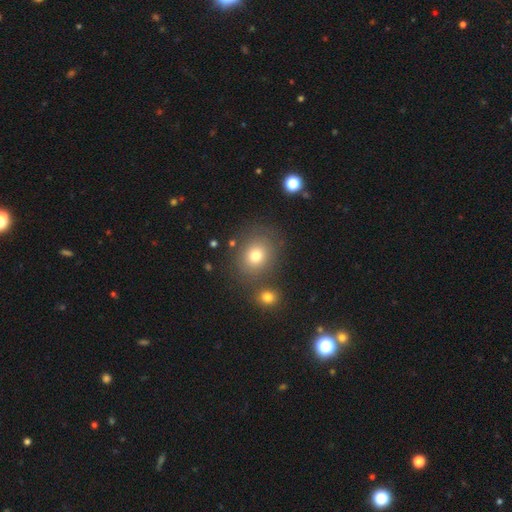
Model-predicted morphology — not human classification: This appears to be a smooth galaxy with no disk features (75%) that is round (67%). Merging: none (73%).